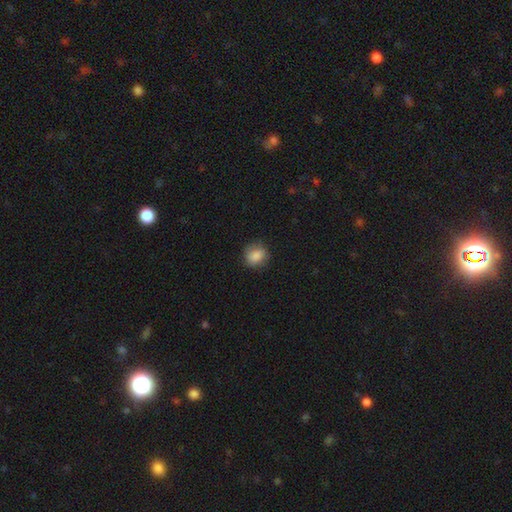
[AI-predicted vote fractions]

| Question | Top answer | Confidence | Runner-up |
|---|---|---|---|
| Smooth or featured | smooth | 85% | star or artifact (8%) |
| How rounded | round | 60% | in between (39%) |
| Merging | none | 79% | minor disturbance (16%) |